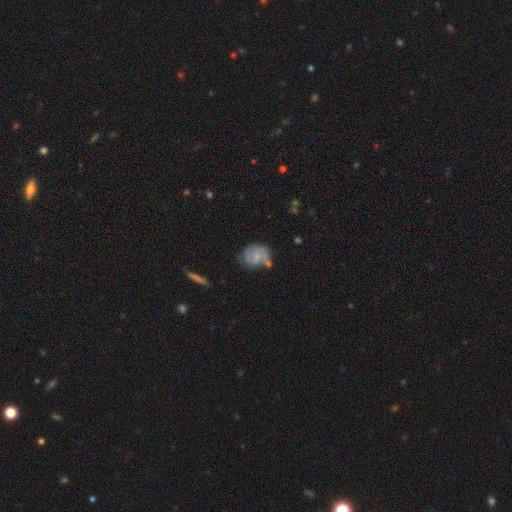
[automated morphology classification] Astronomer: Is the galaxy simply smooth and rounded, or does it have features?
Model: featured or disk — 55% (runner-up: smooth, 37%).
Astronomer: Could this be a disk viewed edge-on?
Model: no — 97%.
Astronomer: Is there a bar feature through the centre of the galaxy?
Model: no — 68%.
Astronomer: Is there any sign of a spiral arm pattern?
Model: yes — 76%.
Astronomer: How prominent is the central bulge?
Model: small — 57%.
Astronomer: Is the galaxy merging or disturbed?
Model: none — 44% (runner-up: minor disturbance, 28%).